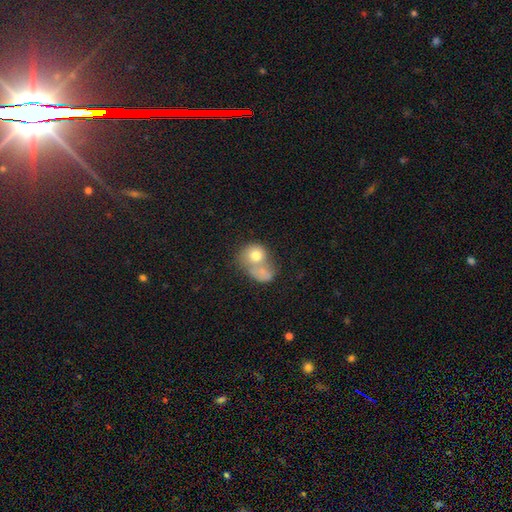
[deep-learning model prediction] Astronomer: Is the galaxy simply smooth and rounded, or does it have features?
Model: smooth — 72%.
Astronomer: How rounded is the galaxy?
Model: round — 62%.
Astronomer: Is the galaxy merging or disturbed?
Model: merger — 66%.